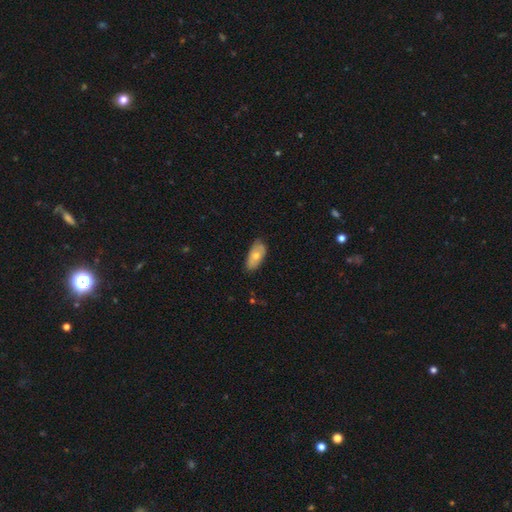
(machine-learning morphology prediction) smooth_or_featured: smooth (p=0.63) [alt: featured or disk p=0.30]
how_rounded: in between (p=0.89) [alt: cigar-shaped p=0.07]
merging: none (p=0.75) [alt: minor disturbance p=0.21]